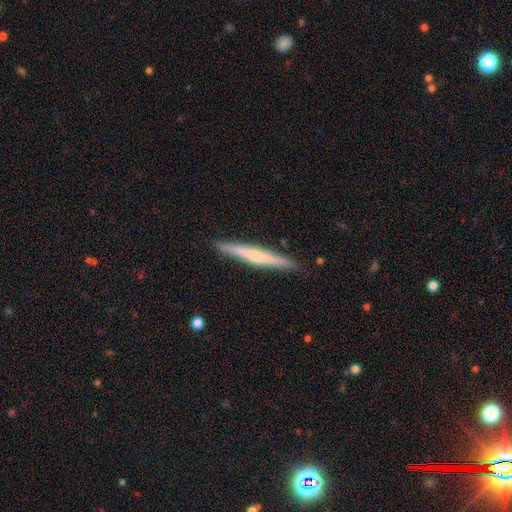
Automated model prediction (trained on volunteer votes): Q: Smooth or featured?
A: smooth (48%); runner-up: featured or disk (47%)
Q: Merging?
A: none (90%); runner-up: minor disturbance (8%)